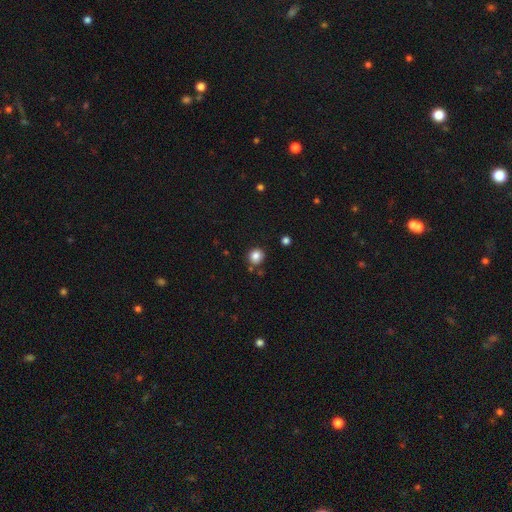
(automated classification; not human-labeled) A smooth galaxy with no disk features (83%) that is round (87%). Merging: none (82%).